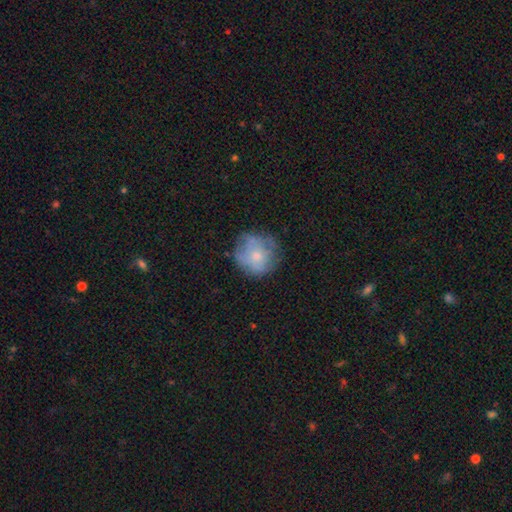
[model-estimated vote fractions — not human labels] This is likely a smooth galaxy (60%). How rounded: clearly round (87%). Merging: likely none (65%).